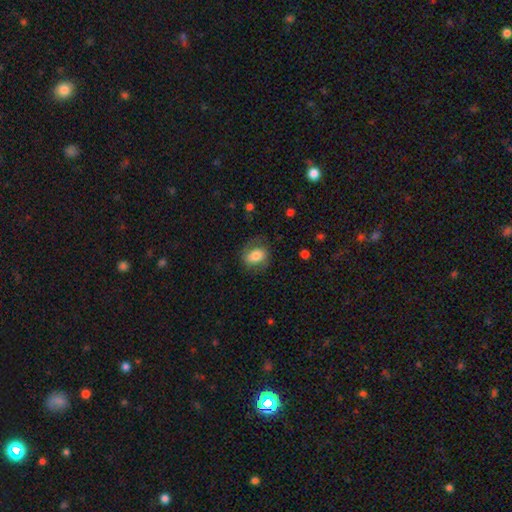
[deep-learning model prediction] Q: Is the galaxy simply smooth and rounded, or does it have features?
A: smooth — 72%.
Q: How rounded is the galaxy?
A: in between — 67%.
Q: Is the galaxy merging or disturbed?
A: none — 69%.